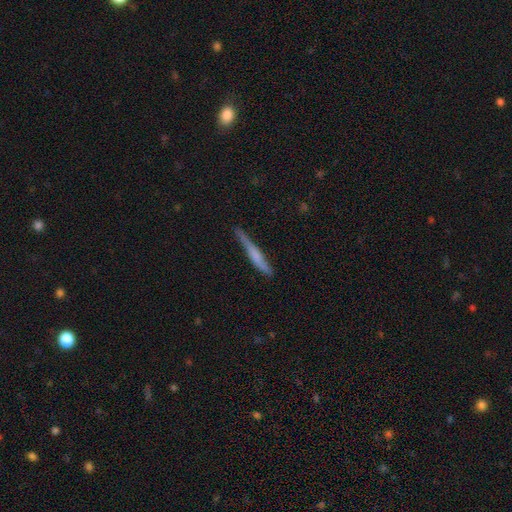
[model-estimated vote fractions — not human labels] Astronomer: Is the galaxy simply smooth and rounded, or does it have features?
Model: smooth — 50% (runner-up: featured or disk, 44%).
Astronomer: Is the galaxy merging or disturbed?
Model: none — 72%.